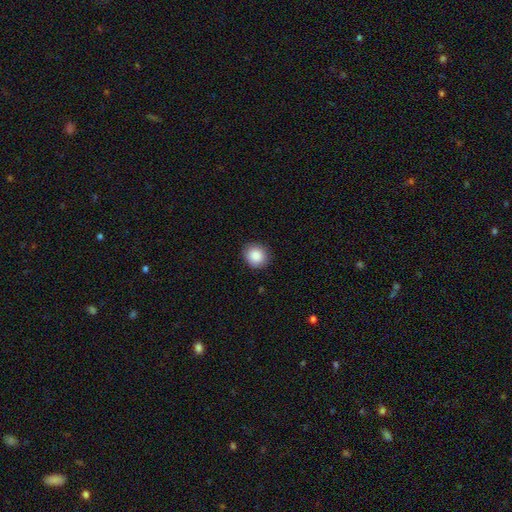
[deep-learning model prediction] A smooth galaxy with no disk features (87%) that is round (78%).

Vote fractions:
- Smooth or featured? smooth: 87% / star or artifact: 8% / featured or disk: 5%
- How rounded? round: 78% / in between: 22% / cigar-shaped: 1%
- Merging? none: 88% / minor disturbance: 9% / major disturbance: 2% / merger: 1%